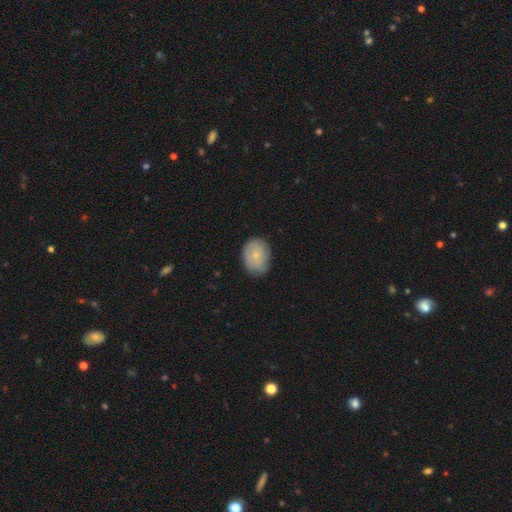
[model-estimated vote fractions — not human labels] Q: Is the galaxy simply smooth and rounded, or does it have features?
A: smooth — 62%.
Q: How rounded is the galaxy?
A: in between — 65%.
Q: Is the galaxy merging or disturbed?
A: none — 76%.